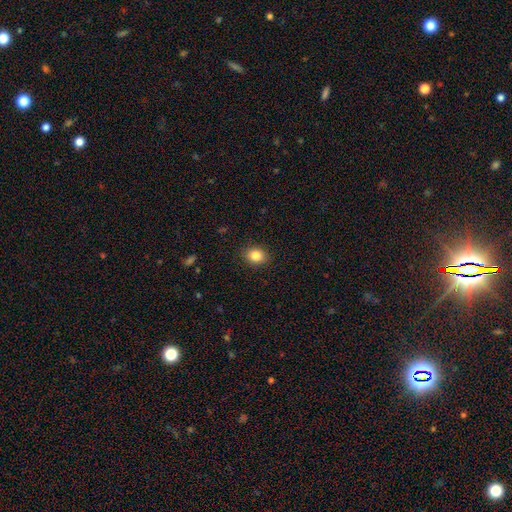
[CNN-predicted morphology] This is clearly a smooth galaxy (85%). How rounded: possibly round (53%). Merging: clearly none (89%).